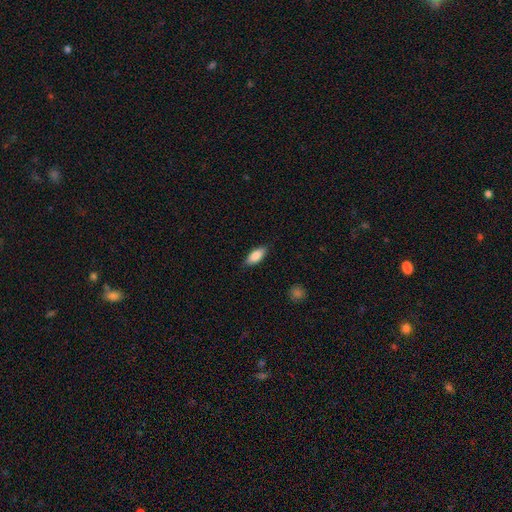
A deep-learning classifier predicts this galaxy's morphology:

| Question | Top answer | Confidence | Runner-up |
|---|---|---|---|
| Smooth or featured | smooth | 85% | featured or disk (8%) |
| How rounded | in between | 84% | cigar-shaped (14%) |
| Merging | none | 85% | minor disturbance (12%) |